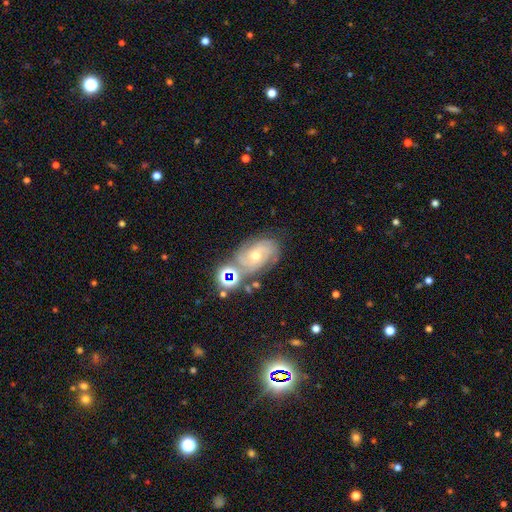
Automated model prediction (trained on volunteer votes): Smooth or featured? featured or disk (75%)
Edge-on disk? no (96%)
Bar? no (73%)
Spiral arms? yes (95%)
Spiral winding? tight (65%)
Spiral arm count? 3 (34%)
Bulge size? moderate (56%)
Merging? none (66%)